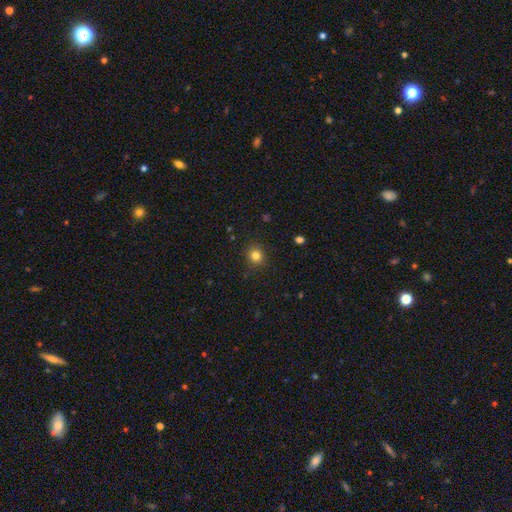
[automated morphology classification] type=smooth (82%); roundness=round (90%); merging=none (89%).